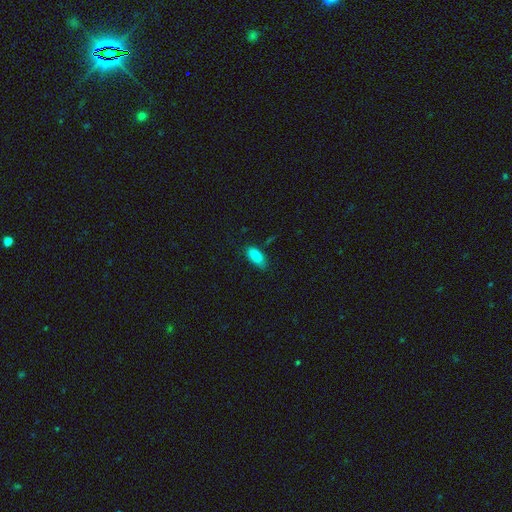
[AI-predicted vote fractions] This is clearly a smooth galaxy (87%). How rounded: clearly in between (89%). Merging: likely none (71%).